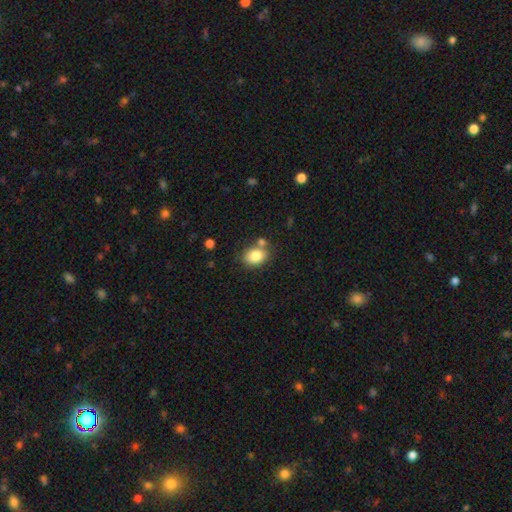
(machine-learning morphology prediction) This is clearly a smooth galaxy (83%). How rounded: possibly in between (59%). Merging: likely none (66%).